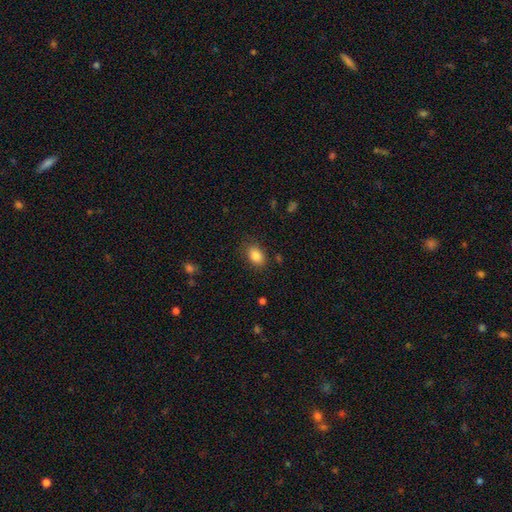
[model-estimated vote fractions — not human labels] Smooth or featured: smooth — 85% (star or artifact — 9%)
How rounded: in between — 80% (round — 19%)
Merging: none — 82% (minor disturbance — 13%)